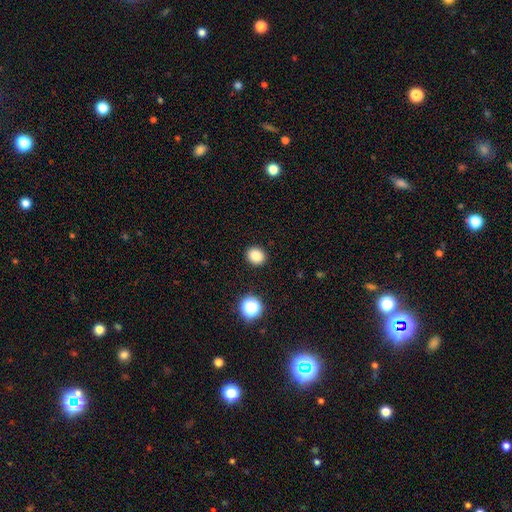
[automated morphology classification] This is clearly a smooth galaxy (84%). How rounded: likely round (75%). Merging: clearly none (91%).